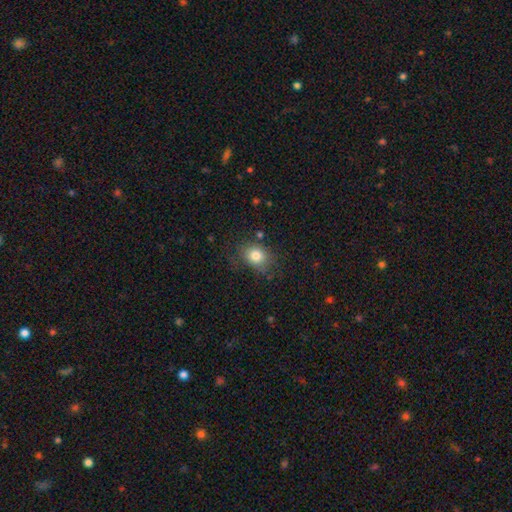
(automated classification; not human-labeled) A smooth galaxy with no disk features (80%) that is round (52%).

Vote fractions:
- Smooth or featured? smooth: 80% / star or artifact: 11% / featured or disk: 9%
- How rounded? round: 52% / in between: 47% / cigar-shaped: 1%
- Merging? none: 72% / minor disturbance: 18% / major disturbance: 7% / merger: 3%